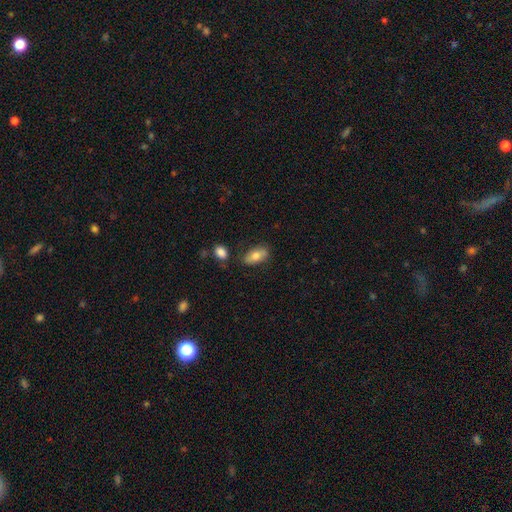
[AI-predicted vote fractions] This appears to be a smooth galaxy with no disk features (75%) that is in between round and cigar-shaped (90%). Merging: none (77%).